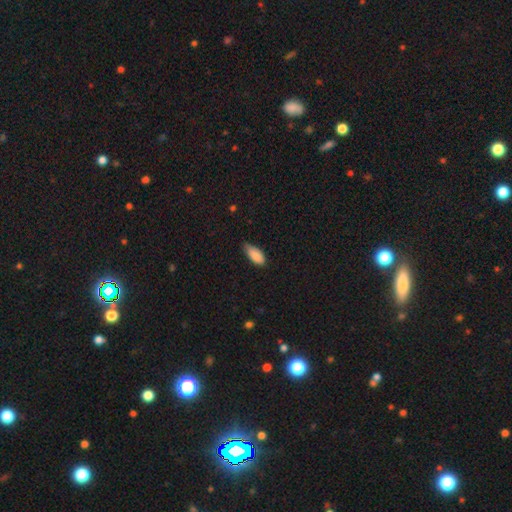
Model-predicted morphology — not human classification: The model was most divided on "merging": none: 50%, minor disturbance: 42%, major disturbance: 6%, merger: 2%. More confident: how rounded — in between (88%); smooth or featured — smooth (87%).